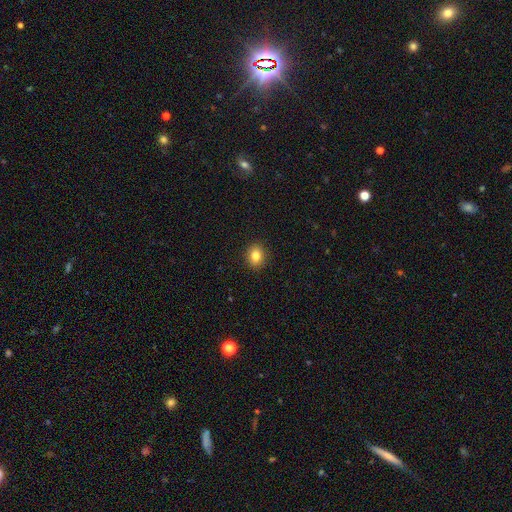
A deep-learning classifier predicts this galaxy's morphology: This is clearly a smooth galaxy (83%). How rounded: possibly round (54%). Merging: clearly none (90%).